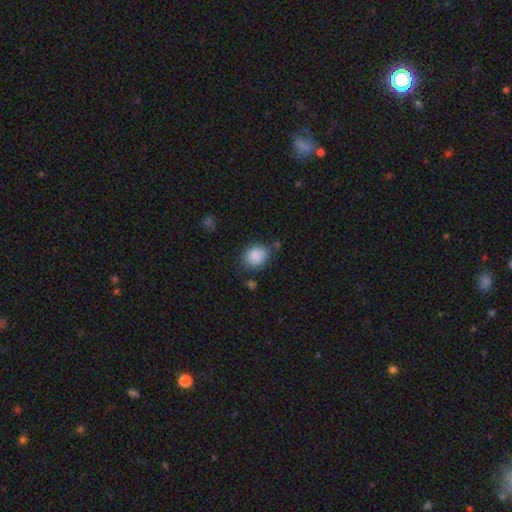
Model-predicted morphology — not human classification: Smooth or featured? smooth (88%)
How rounded? round (53%)
Merging? none (75%)